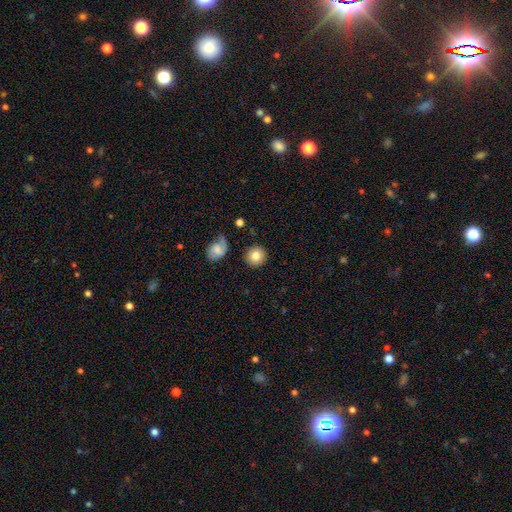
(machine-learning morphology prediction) Smooth or featured? Predicted: smooth (p=0.80). How rounded? Predicted: round (p=0.92). Merging? Predicted: none (p=0.86).